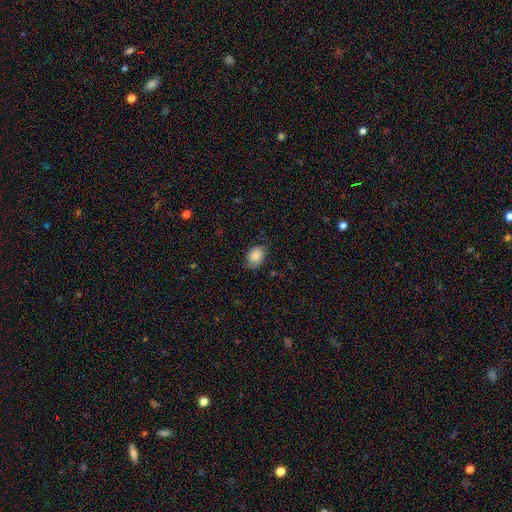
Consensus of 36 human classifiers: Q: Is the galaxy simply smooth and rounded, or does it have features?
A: smooth — 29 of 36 (81%).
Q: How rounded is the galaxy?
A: in between — 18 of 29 (62%).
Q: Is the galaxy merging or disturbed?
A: none — 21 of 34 (62%).